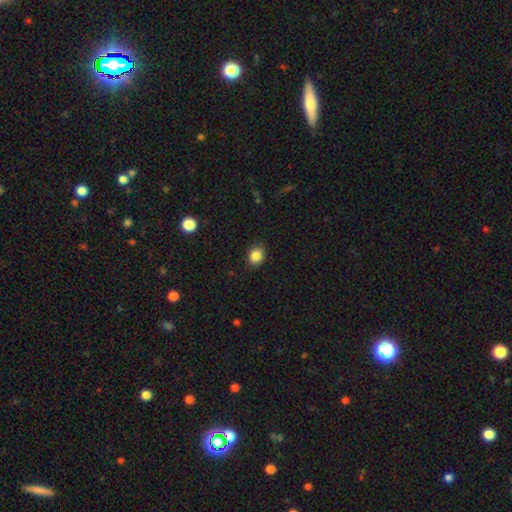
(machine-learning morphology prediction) This appears to be a smooth galaxy with no disk features (86%) that is round (50%). Merging: none (84%).